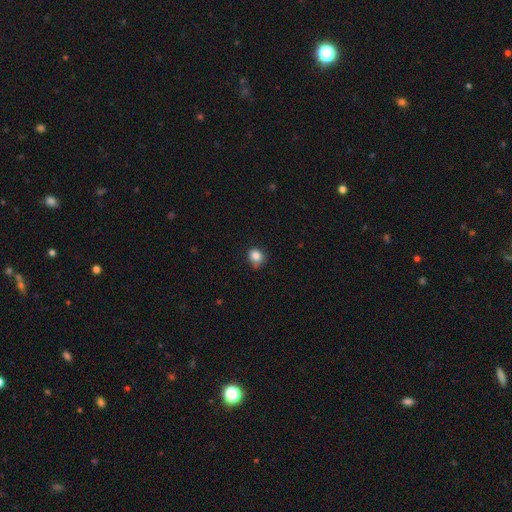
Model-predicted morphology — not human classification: smooth-or-featured: smooth: 85% | star or artifact: 10% | featured or disk: 5%
  how-rounded: round: 74% | in between: 25% | cigar-shaped: 1%
  merging: none: 68% | minor disturbance: 26% | major disturbance: 5% | merger: 2%